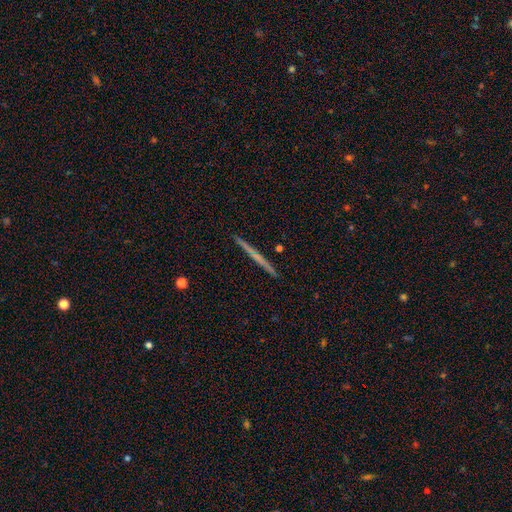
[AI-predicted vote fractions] smooth_or_featured: featured or disk (p=0.58) [alt: smooth p=0.35]
disk_edge_on: yes (p=0.98) [alt: no p=0.02]
edge_on_bulge: none (p=0.79) [alt: rounded p=0.17]
merging: none (p=0.93) [alt: minor disturbance p=0.05]